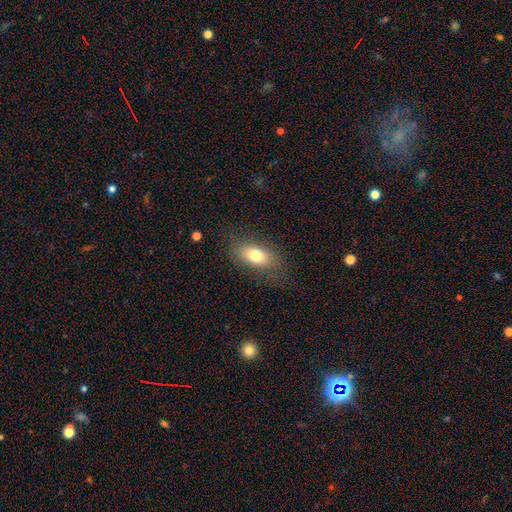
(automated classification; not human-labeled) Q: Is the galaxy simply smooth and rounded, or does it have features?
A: smooth — 75%.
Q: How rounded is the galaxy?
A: in between — 86%.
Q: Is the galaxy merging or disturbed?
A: none — 77%.